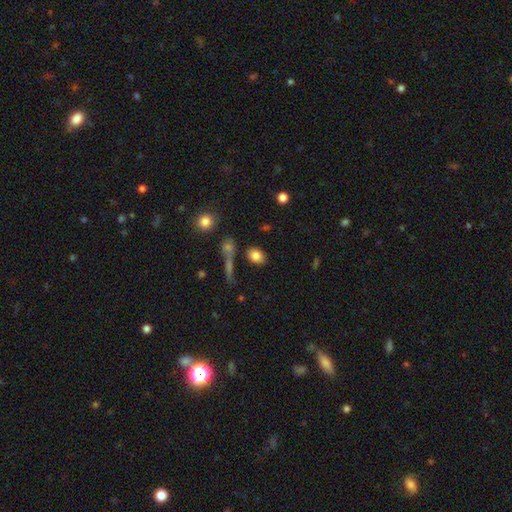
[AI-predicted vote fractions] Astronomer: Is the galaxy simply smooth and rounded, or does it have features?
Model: smooth — 83%.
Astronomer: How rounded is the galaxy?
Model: in between — 70%.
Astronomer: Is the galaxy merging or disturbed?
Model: none — 78%.